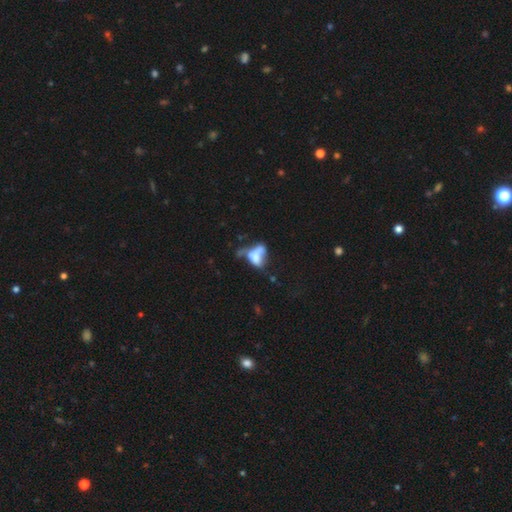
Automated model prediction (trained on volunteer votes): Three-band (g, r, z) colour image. It shows a smooth galaxy with no disk features (53%) that is in between round and cigar-shaped (83%). Merging: merger (37%).